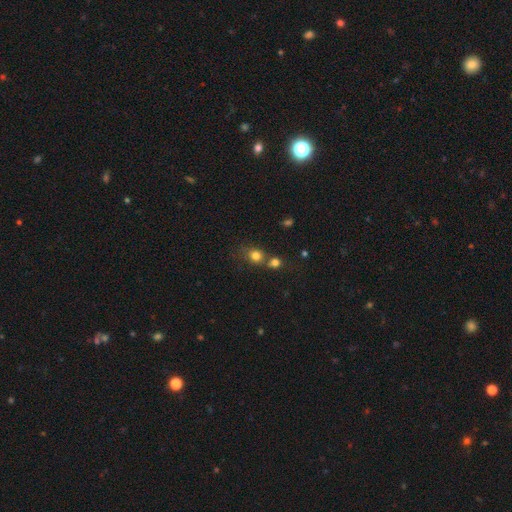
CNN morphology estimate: smooth_or_featured: smooth (p=0.78) [alt: star or artifact p=0.14]
how_rounded: round (p=0.75) [alt: in between p=0.23]
merging: none (p=0.47) [alt: merger p=0.37]